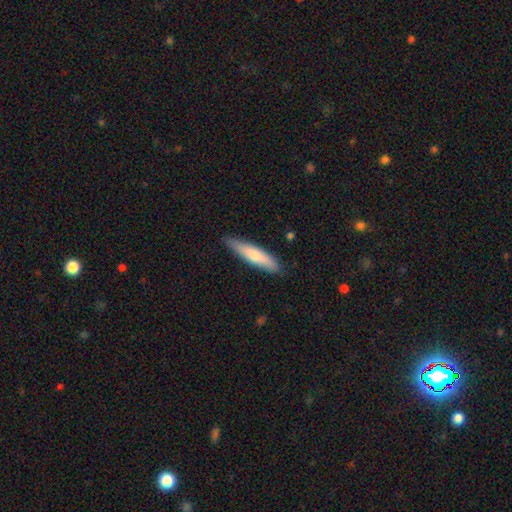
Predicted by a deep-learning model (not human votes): Smooth or featured?
  - smooth: 70% *
  - featured or disk: 25%
  - star or artifact: 5%
How rounded?
  - cigar-shaped: 82% *
  - in between: 17%
  - round: 1%
Merging?
  - none: 83% *
  - minor disturbance: 14%
  - major disturbance: 2%
  - merger: 1%